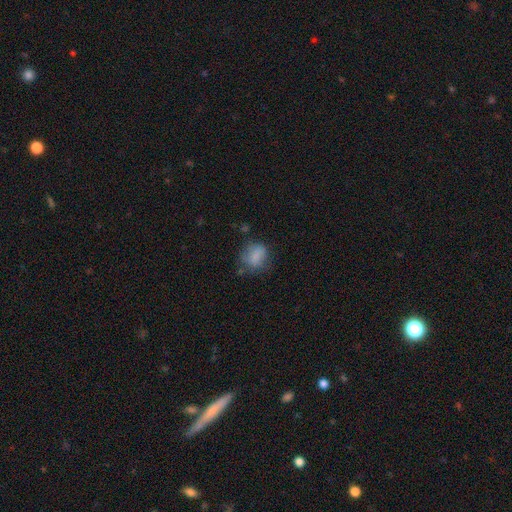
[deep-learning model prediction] Smooth or featured: smooth — 78% (featured or disk — 12%)
How rounded: round — 51% (in between — 47%)
Merging: none — 58% (minor disturbance — 26%)